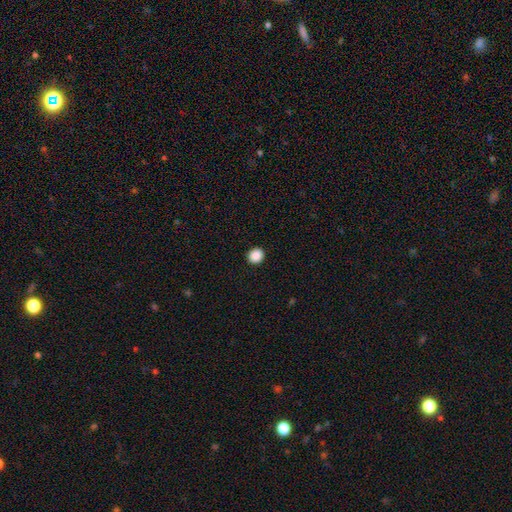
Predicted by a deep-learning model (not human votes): Smooth or featured? smooth (88%)
How rounded? round (89%)
Merging? none (93%)